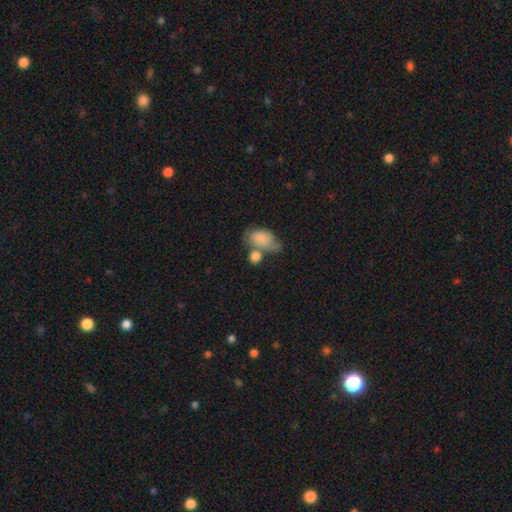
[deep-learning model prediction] Smooth or featured? smooth (77%)
How rounded? round (50%)
Merging? none (40%)